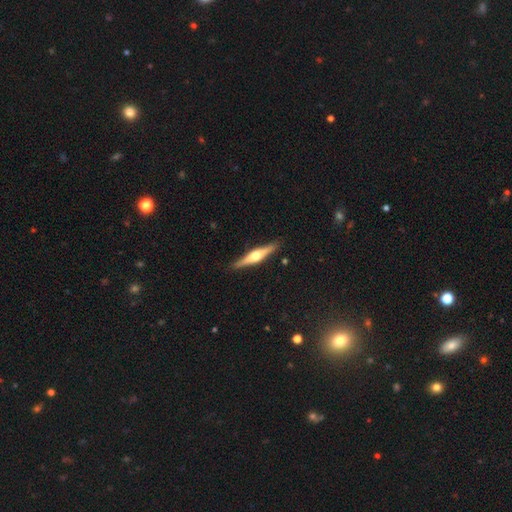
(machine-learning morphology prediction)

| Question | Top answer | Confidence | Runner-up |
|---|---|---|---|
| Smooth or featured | featured or disk | 72% | smooth (23%) |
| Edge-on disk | yes | 98% | no (2%) |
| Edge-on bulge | rounded | 94% | boxy (4%) |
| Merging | none | 90% | minor disturbance (7%) |